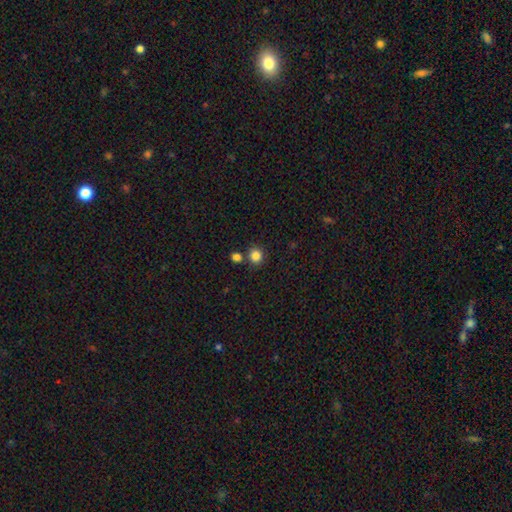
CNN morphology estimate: type=smooth (84%); roundness=round (88%); merging=none (75%).